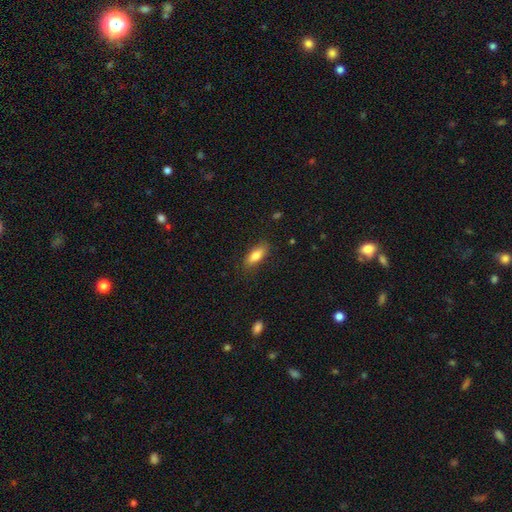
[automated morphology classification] This is likely a smooth galaxy (80%). How rounded: likely in between (74%). Merging: clearly none (83%).